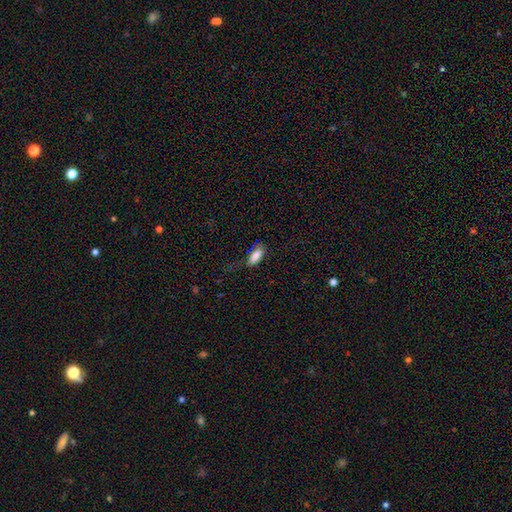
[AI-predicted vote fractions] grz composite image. It shows a smooth galaxy with no disk features (84%) that is in between round and cigar-shaped (85%). Merging: none (56%).